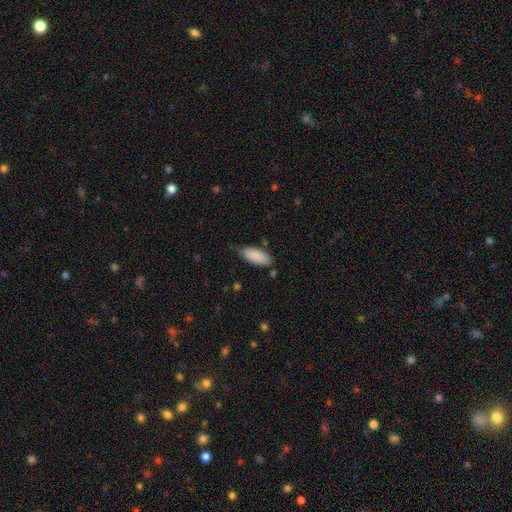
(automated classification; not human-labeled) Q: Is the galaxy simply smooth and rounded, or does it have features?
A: smooth — 89%.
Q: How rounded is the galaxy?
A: in between — 83%.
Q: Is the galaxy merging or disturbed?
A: none — 66%.